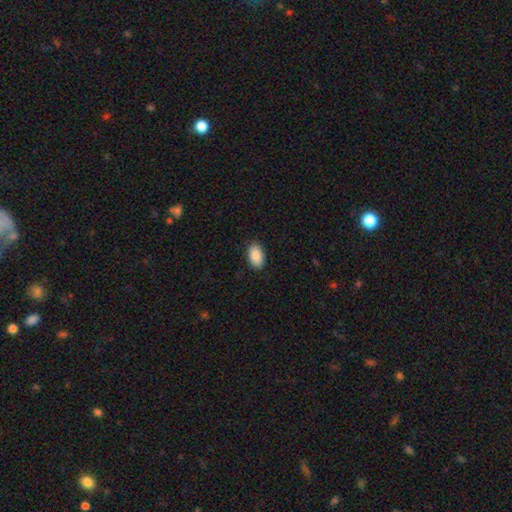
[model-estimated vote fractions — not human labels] A smooth galaxy with no disk features (90%) that is in between round and cigar-shaped (95%).

Vote fractions:
- Smooth or featured? smooth: 90% / star or artifact: 6% / featured or disk: 4%
- How rounded? in between: 95% / round: 4% / cigar-shaped: 2%
- Merging? none: 89% / minor disturbance: 9% / major disturbance: 2% / merger: 1%